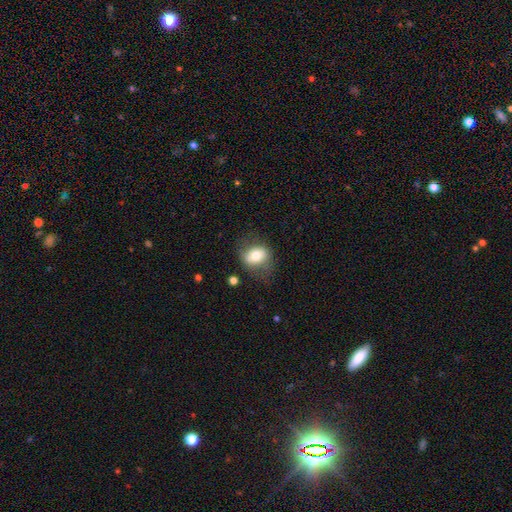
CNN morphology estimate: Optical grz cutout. It shows a smooth galaxy with no disk features (68%) that is in between round and cigar-shaped (61%). Merging: none (63%).